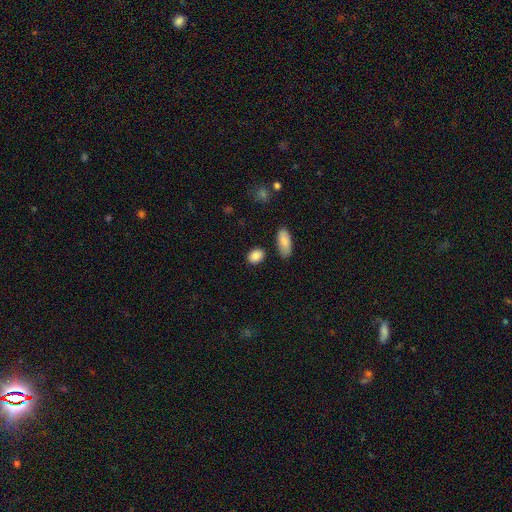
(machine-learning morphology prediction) Smooth or featured? Predicted: smooth (p=0.87). How rounded? Predicted: in between (p=0.70). Merging? Predicted: none (p=0.82).